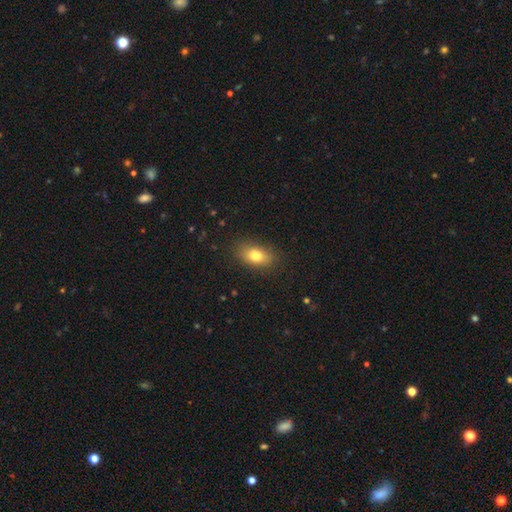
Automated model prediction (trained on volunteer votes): The model was most divided on "smooth or featured": smooth: 79%, featured or disk: 12%, star or artifact: 9%. More confident: how rounded — in between (85%); merging — none (85%).